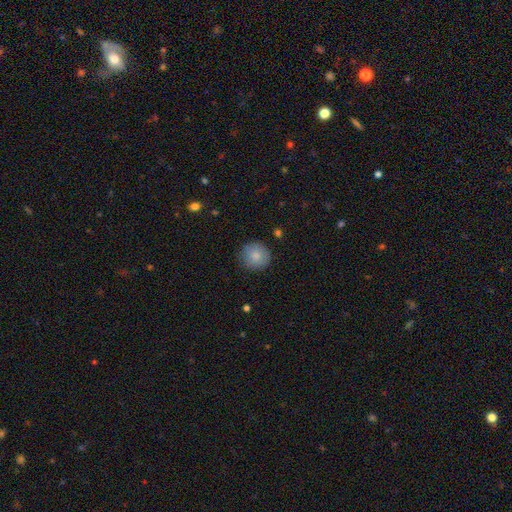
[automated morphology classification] Overall: smooth (85%). How rounded: round (92%). Merging: none (86%).